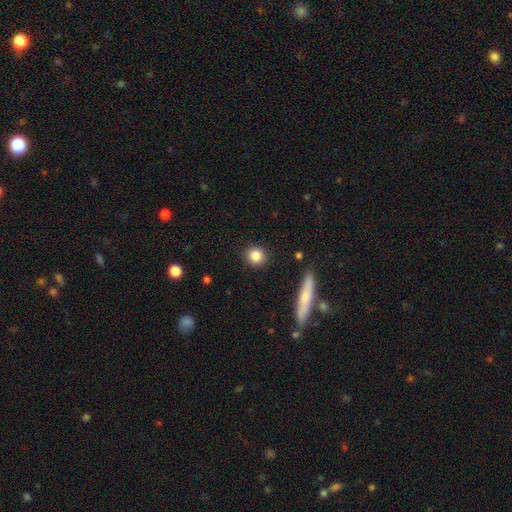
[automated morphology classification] Smooth or featured? Predicted: smooth (p=0.84). How rounded? Predicted: round (p=0.89). Merging? Predicted: none (p=0.90).